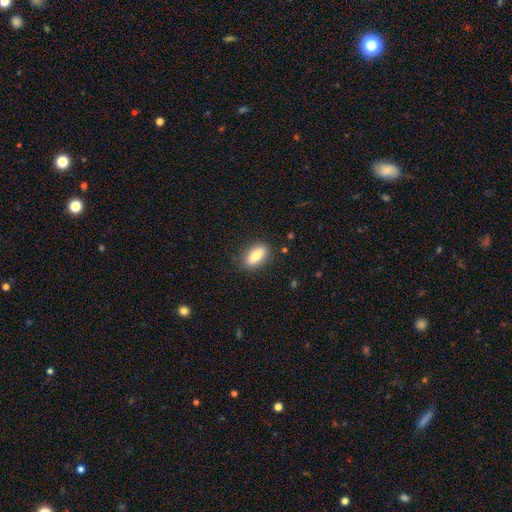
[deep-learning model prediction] smooth-or-featured: smooth: 78% | featured or disk: 15% | star or artifact: 7%
  how-rounded: in between: 79% | cigar-shaped: 15% | round: 5%
  merging: none: 86% | minor disturbance: 10% | major disturbance: 3% | merger: 1%